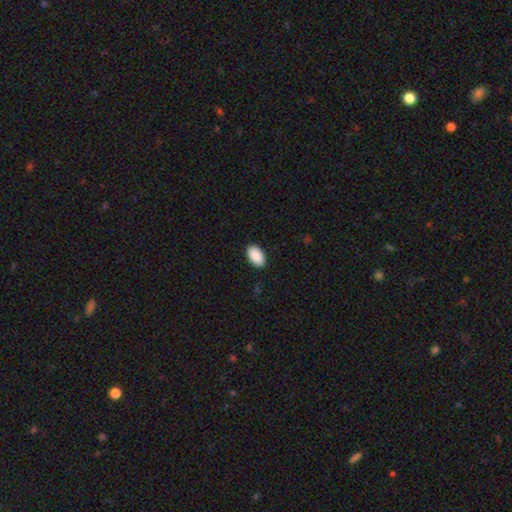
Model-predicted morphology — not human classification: type=smooth (91%); roundness=in between (95%); merging=none (90%).